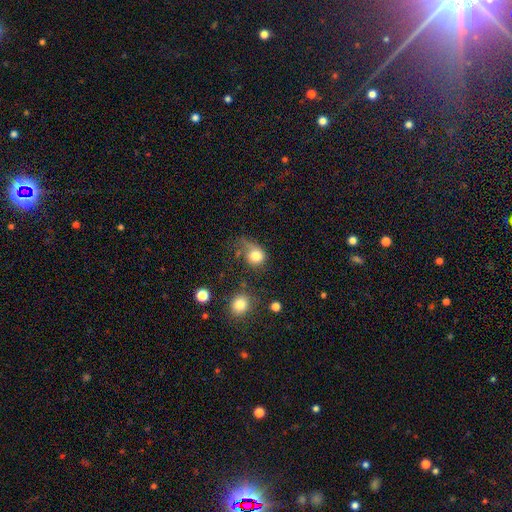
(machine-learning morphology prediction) Smooth or featured? smooth (79%)
How rounded? round (71%)
Merging? none (37%)